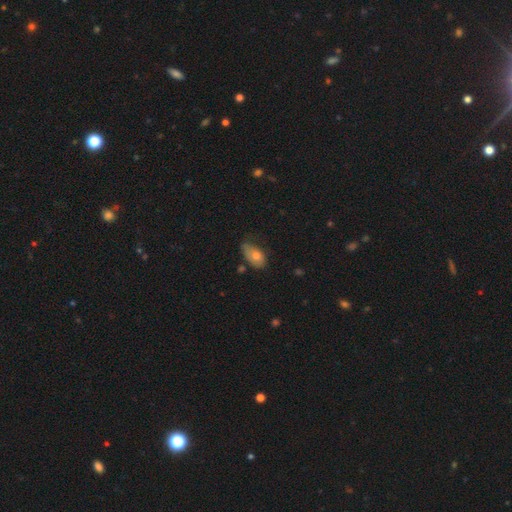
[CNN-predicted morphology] Smooth or featured: smooth — 72% (featured or disk — 20%)
How rounded: in between — 90% (round — 7%)
Merging: none — 46% (minor disturbance — 39%)